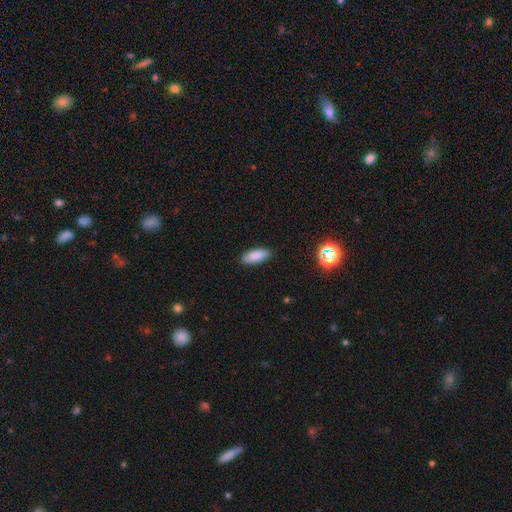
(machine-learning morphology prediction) Smooth or featured?
  - smooth: 87% *
  - star or artifact: 8%
  - featured or disk: 5%
How rounded?
  - in between: 75% *
  - cigar-shaped: 23%
  - round: 2%
Merging?
  - none: 87% *
  - minor disturbance: 9%
  - major disturbance: 2%
  - merger: 1%